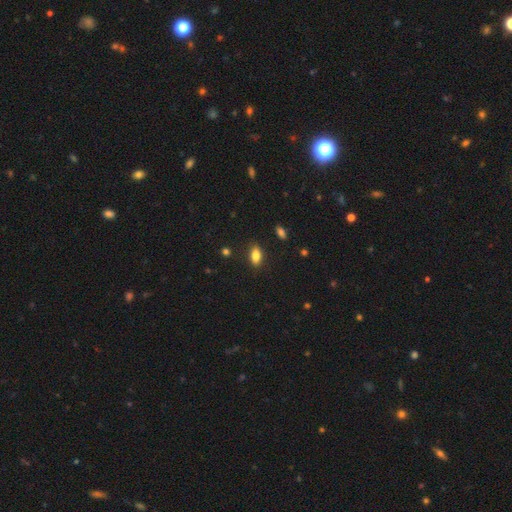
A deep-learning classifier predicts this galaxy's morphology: Overall: smooth (83%). How rounded: in between (87%). Merging: none (86%).